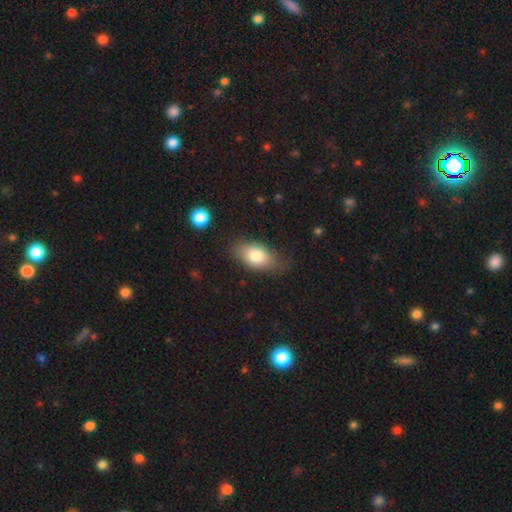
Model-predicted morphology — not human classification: smooth_or_featured: smooth (p=0.80) [alt: featured or disk p=0.13]
how_rounded: in between (p=0.90) [alt: round p=0.07]
merging: none (p=0.71) [alt: minor disturbance p=0.21]